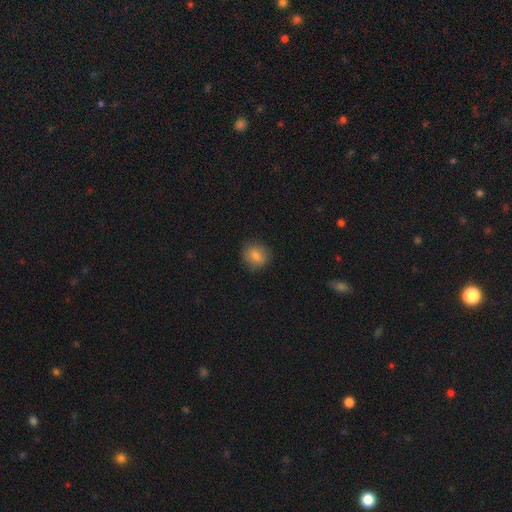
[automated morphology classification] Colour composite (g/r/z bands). It shows a smooth galaxy with no disk features (84%) that is round (74%). Merging: none (85%).